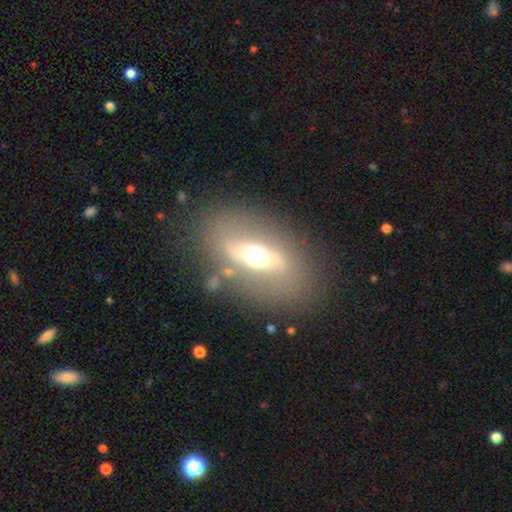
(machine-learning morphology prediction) smooth-or-featured: featured or disk: 56% | smooth: 34% | star or artifact: 9%
  disk-edge-on: no: 79% | yes: 21%
  merging: none: 78% | minor disturbance: 12% | major disturbance: 7% | merger: 3%